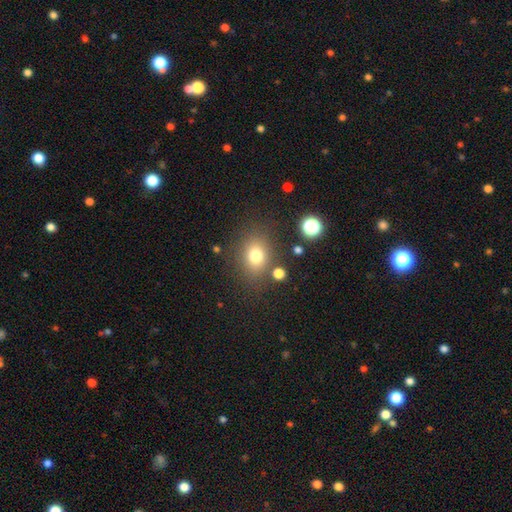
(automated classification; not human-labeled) Q: Smooth or featured?
A: smooth (76%); runner-up: star or artifact (14%)
Q: How rounded?
A: round (50%); runner-up: in between (49%)
Q: Merging?
A: none (77%); runner-up: minor disturbance (12%)